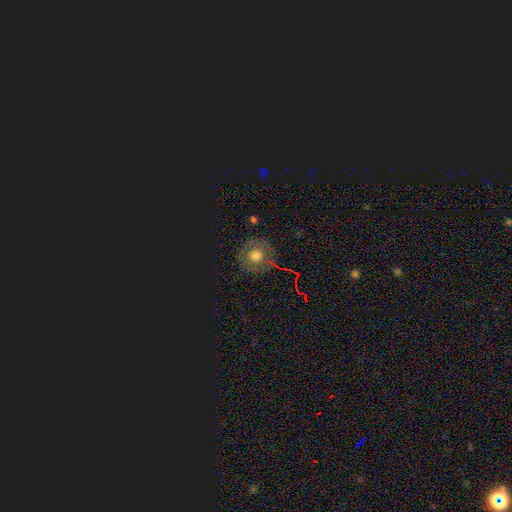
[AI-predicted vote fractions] smooth-or-featured: smooth: 57% | featured or disk: 23% | star or artifact: 20%
  how-rounded: round: 90% | in between: 9% | cigar-shaped: 1%
  merging: none: 83% | minor disturbance: 11% | major disturbance: 4% | merger: 2%